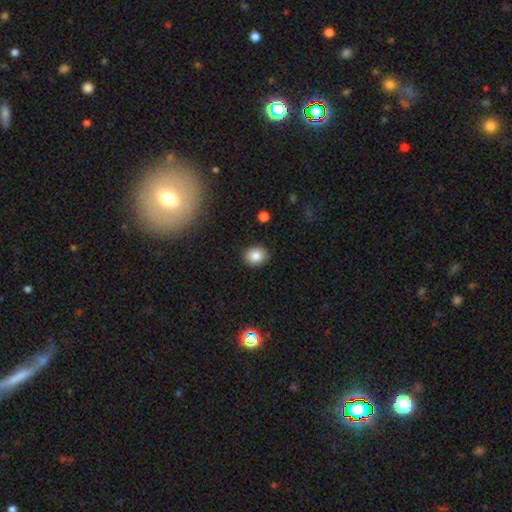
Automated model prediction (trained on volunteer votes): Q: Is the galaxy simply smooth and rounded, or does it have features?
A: smooth — 83%.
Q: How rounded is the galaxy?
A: round — 61%.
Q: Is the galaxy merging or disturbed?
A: none — 88%.